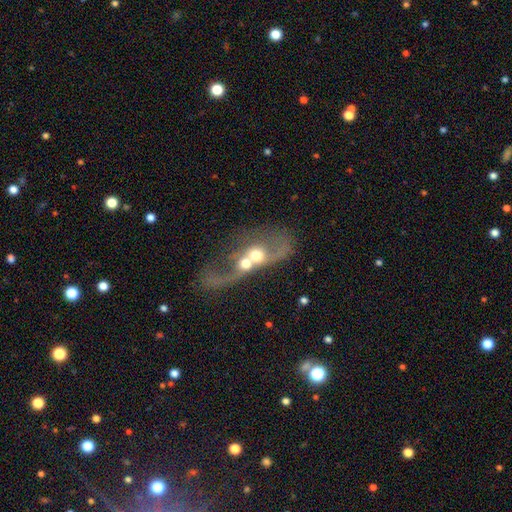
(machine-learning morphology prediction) Overall: featured or disk (60%; smooth 31%). Edge-on disk: no (94%). Bar: no (80%). Spiral arms: no (50%, tied with yes). Bulge size: moderate (58%; large 20%). Merging: merger (78%).